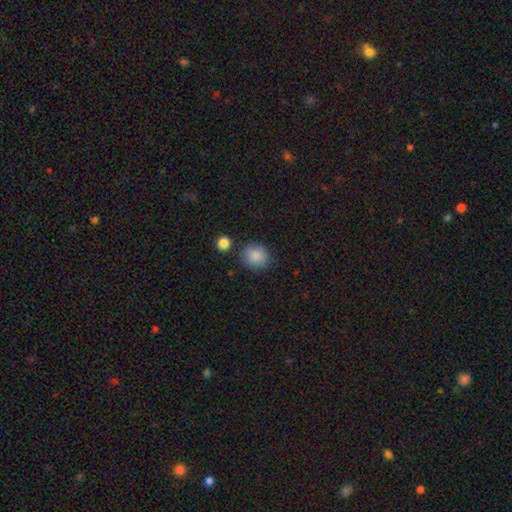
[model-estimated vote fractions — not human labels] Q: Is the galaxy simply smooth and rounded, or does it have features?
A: smooth — 87%.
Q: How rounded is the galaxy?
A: round — 82%.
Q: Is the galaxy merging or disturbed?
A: none — 81%.